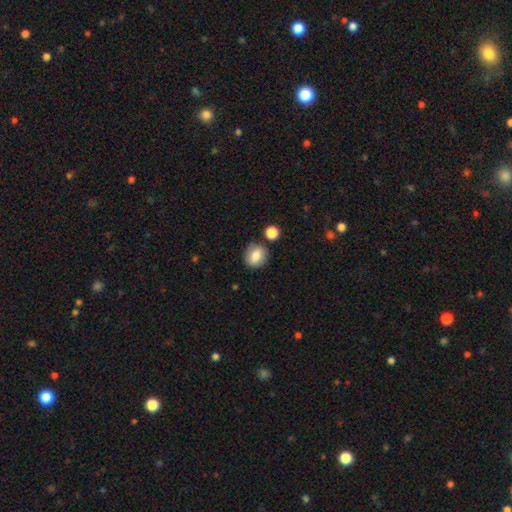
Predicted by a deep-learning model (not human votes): Smooth or featured?
  - smooth: 80% *
  - featured or disk: 11%
  - star or artifact: 9%
How rounded?
  - round: 68% *
  - in between: 31%
  - cigar-shaped: 1%
Merging?
  - none: 77% *
  - minor disturbance: 13%
  - merger: 6%
  - major disturbance: 3%